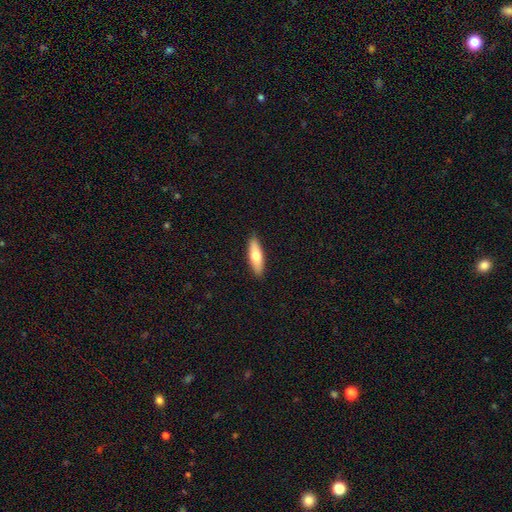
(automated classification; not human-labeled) smooth-or-featured: smooth: 67% | featured or disk: 28% | star or artifact: 5%
  how-rounded: cigar-shaped: 58% | in between: 40% | round: 2%
  merging: none: 89% | minor disturbance: 8% | major disturbance: 2% | merger: 1%